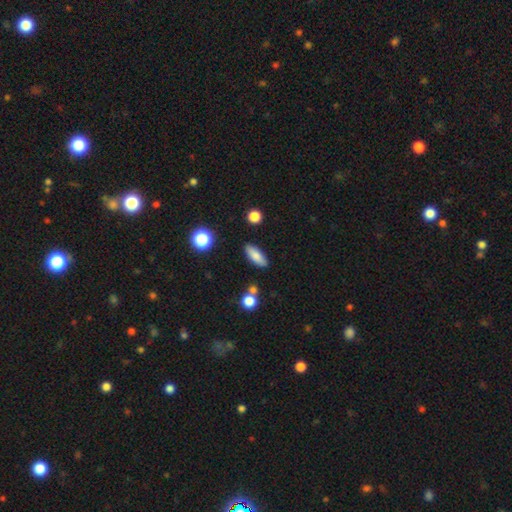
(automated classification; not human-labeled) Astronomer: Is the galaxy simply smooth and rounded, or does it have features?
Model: smooth — 80%.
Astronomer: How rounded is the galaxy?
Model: in between — 69%.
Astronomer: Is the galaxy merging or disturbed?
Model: none — 85%.